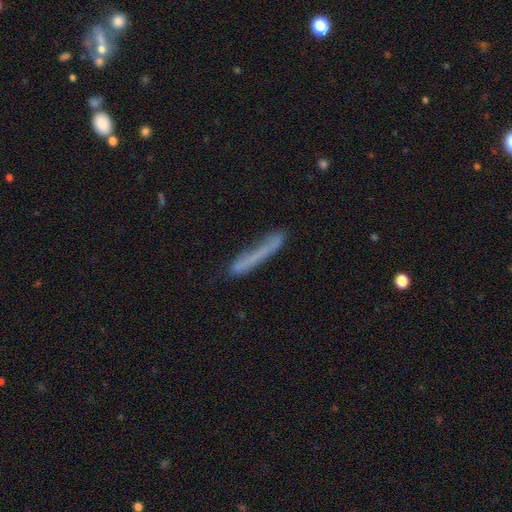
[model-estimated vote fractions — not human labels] Smooth or featured? smooth (62%)
How rounded? cigar-shaped (95%)
Merging? none (70%)